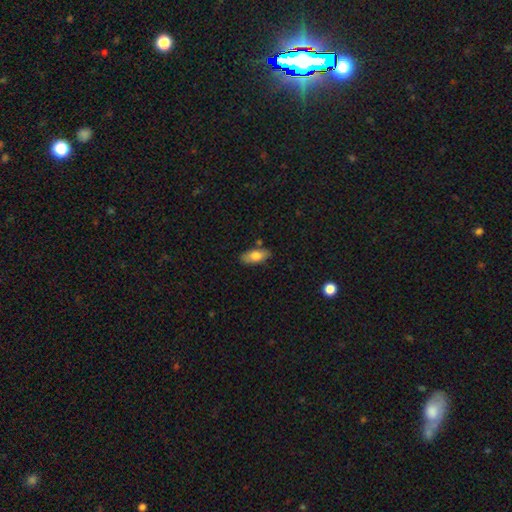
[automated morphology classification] This appears to be a smooth galaxy with no disk features (76%) that is in between round and cigar-shaped (86%). Merging: none (80%).